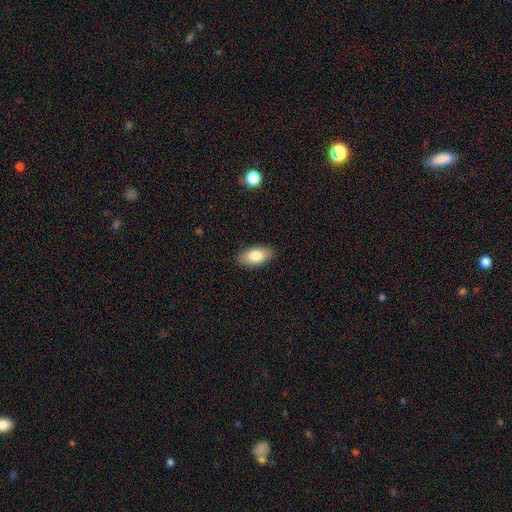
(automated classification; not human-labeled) A smooth galaxy with no disk features (80%) that is in between round and cigar-shaped (92%). Merging: none (88%).